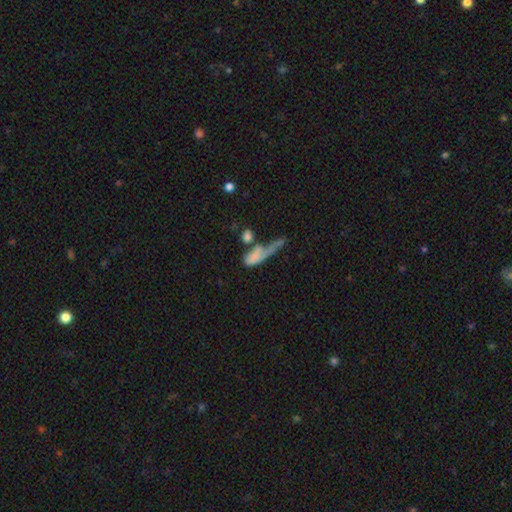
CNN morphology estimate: Q: Smooth or featured?
A: smooth (58%); runner-up: featured or disk (31%)
Q: How rounded?
A: in between (63%); runner-up: cigar-shaped (29%)
Q: Merging?
A: merger (38%); runner-up: major disturbance (31%)